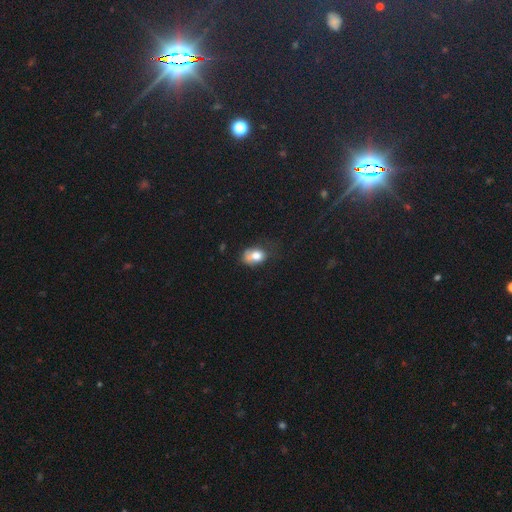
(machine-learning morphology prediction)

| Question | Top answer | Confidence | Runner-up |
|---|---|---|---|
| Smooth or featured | smooth | 74% | featured or disk (15%) |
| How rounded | in between | 70% | round (28%) |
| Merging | none | 39% | minor disturbance (35%) |